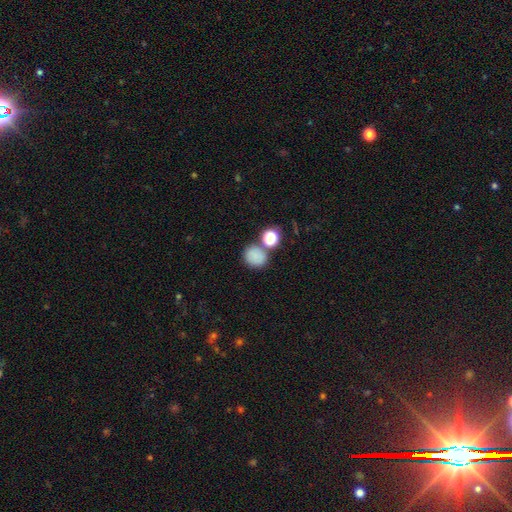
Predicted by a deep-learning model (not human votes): Smooth or featured?
  - smooth: 79% *
  - star or artifact: 15%
  - featured or disk: 6%
How rounded?
  - round: 78% *
  - in between: 21%
  - cigar-shaped: 1%
Merging?
  - none: 67% *
  - merger: 18%
  - minor disturbance: 11%
  - major disturbance: 4%